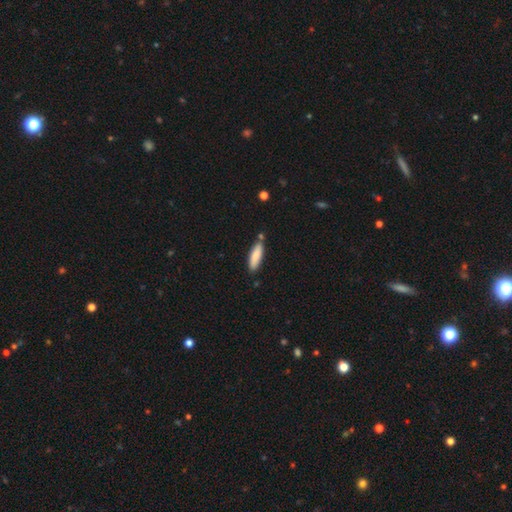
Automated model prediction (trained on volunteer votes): Smooth or featured? smooth (82%)
How rounded? cigar-shaped (63%)
Merging? none (77%)